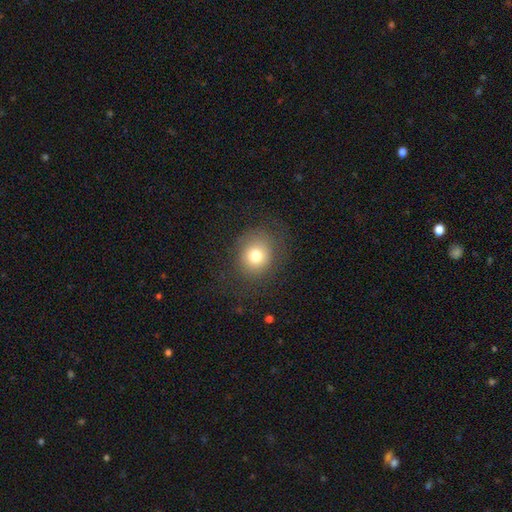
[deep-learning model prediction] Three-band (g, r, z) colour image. It shows a smooth galaxy with no disk features (76%) that is round (75%). Merging: none (78%).